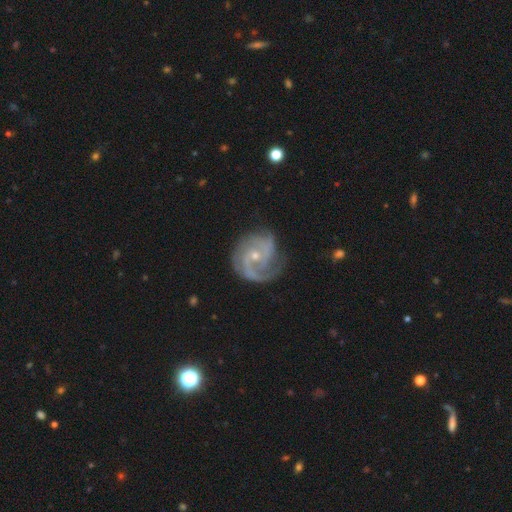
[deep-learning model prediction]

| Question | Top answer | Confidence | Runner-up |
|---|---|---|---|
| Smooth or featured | featured or disk | 89% | smooth (6%) |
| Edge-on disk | no | 98% | yes (2%) |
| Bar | no | 64% | weak (29%) |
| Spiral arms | yes | 97% | no (3%) |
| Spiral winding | medium | 46% | tight (41%) |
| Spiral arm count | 2 | 47% | 3 (26%) |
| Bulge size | small | 67% | moderate (30%) |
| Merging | none | 68% | minor disturbance (21%) |